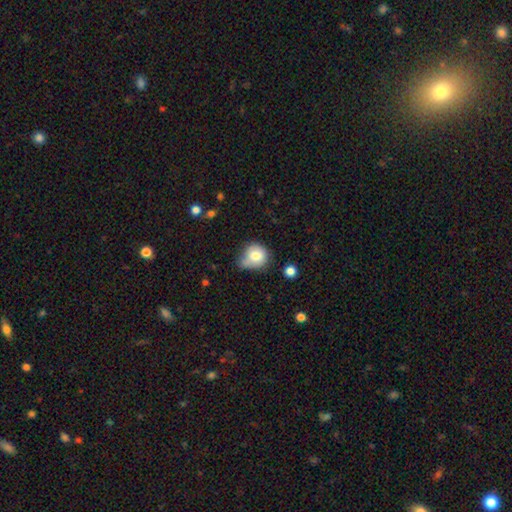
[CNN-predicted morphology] Q: Smooth or featured?
A: smooth (77%); runner-up: featured or disk (14%)
Q: How rounded?
A: round (72%); runner-up: in between (27%)
Q: Merging?
A: none (38%); runner-up: minor disturbance (35%)